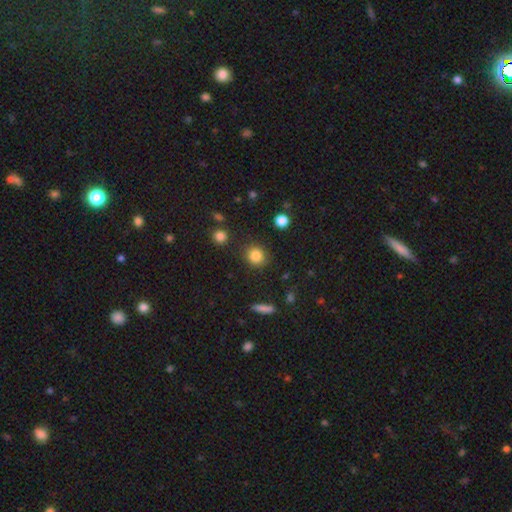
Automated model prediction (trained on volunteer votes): smooth-or-featured: smooth: 84% | star or artifact: 11% | featured or disk: 5%
  how-rounded: round: 86% | in between: 12% | cigar-shaped: 1%
  merging: none: 87% | minor disturbance: 8% | major disturbance: 3% | merger: 2%